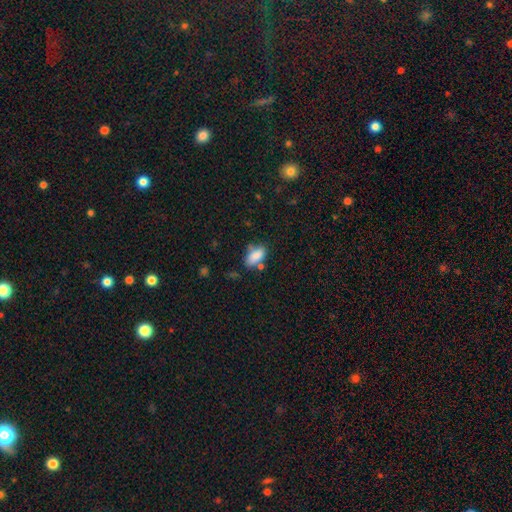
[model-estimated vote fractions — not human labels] This appears to be a smooth galaxy with no disk features (84%) that is in between round and cigar-shaped (89%). Merging: none (60%).